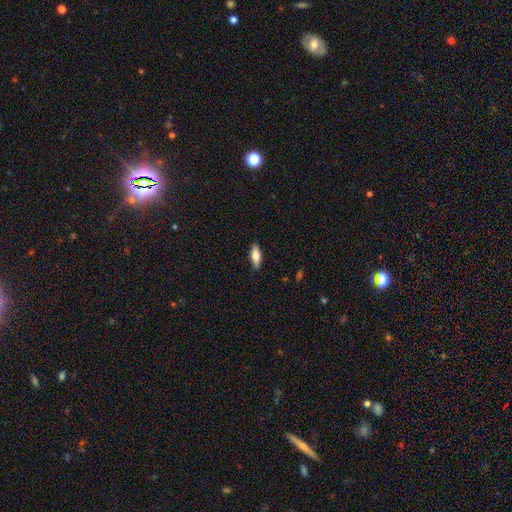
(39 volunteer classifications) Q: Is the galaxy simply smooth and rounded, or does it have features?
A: smooth — 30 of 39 (77%).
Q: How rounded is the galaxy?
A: in between — 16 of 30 (53%).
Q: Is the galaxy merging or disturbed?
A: none — 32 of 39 (82%).